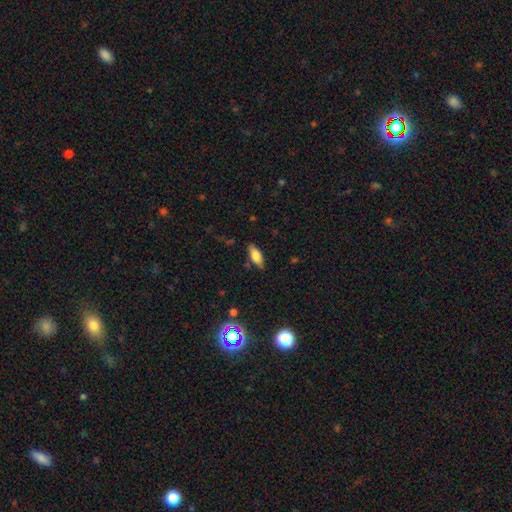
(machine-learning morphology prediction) Smooth or featured? Predicted: smooth (p=0.71). How rounded? Predicted: in between (p=0.79). Merging? Predicted: none (p=0.80).